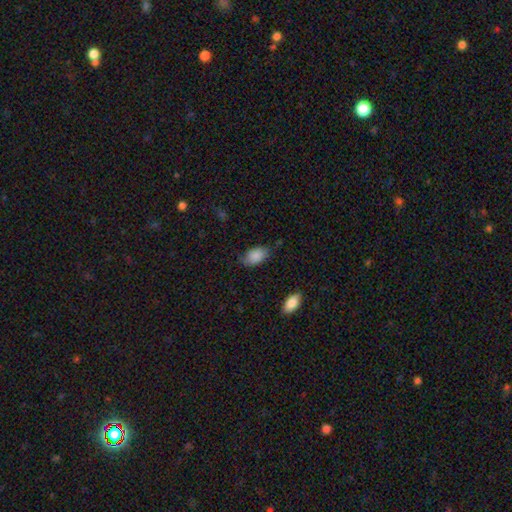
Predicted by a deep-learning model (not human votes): A smooth galaxy with no disk features (87%) that is in between round and cigar-shaped (92%).

Vote fractions:
- Smooth or featured? smooth: 87% / star or artifact: 7% / featured or disk: 7%
- How rounded? in between: 92% / round: 6% / cigar-shaped: 2%
- Merging? none: 67% / minor disturbance: 25% / major disturbance: 5% / merger: 2%